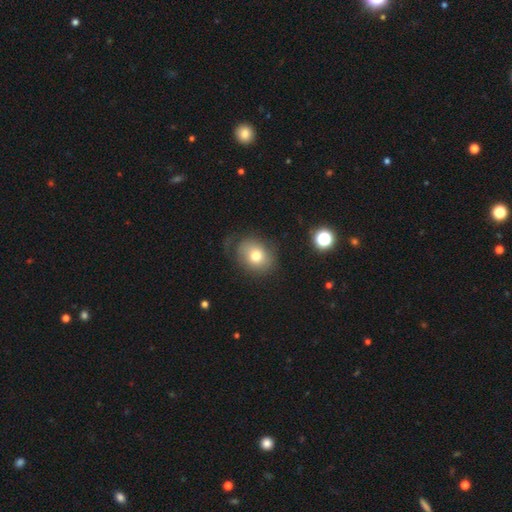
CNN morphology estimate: This appears to be a smooth galaxy with no disk features (73%) that is round (54%). Merging: none (62%).